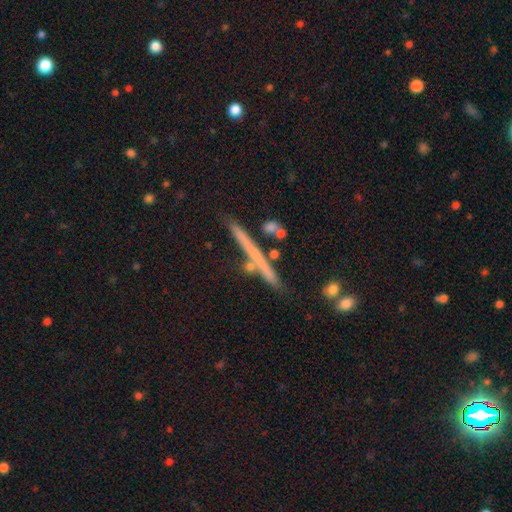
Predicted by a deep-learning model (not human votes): Q: Smooth or featured?
A: featured or disk (55%); runner-up: smooth (35%)
Q: Edge-on disk?
A: yes (96%); runner-up: no (4%)
Q: Edge-on bulge?
A: none (84%); runner-up: rounded (12%)
Q: Merging?
A: none (81%); runner-up: minor disturbance (10%)